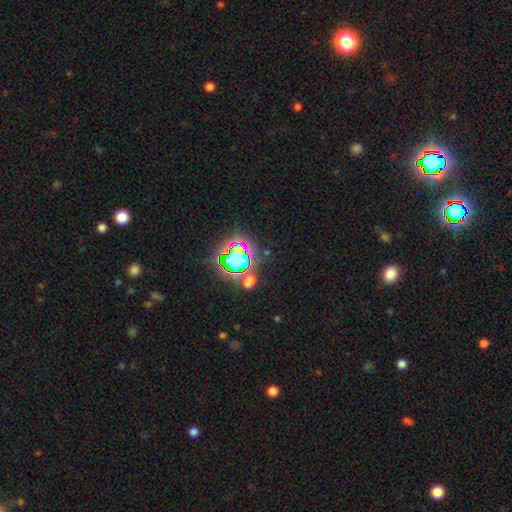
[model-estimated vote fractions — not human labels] A star or artifact, not a galaxy (80%).

Vote fractions:
- Smooth or featured? star or artifact: 80% / smooth: 12% / featured or disk: 8%